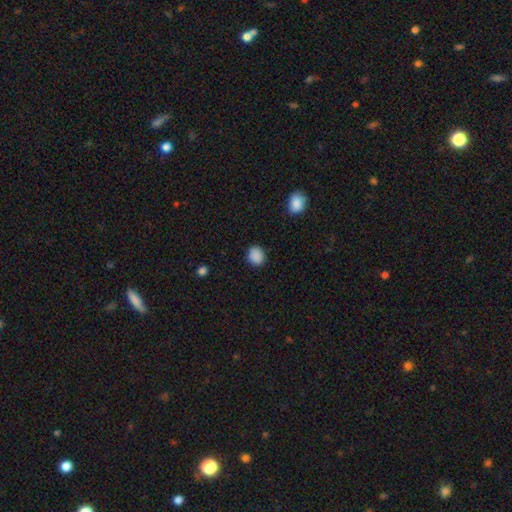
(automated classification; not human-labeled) Morphology: type=smooth (88%); roundness=round (66%); merging=none (86%).